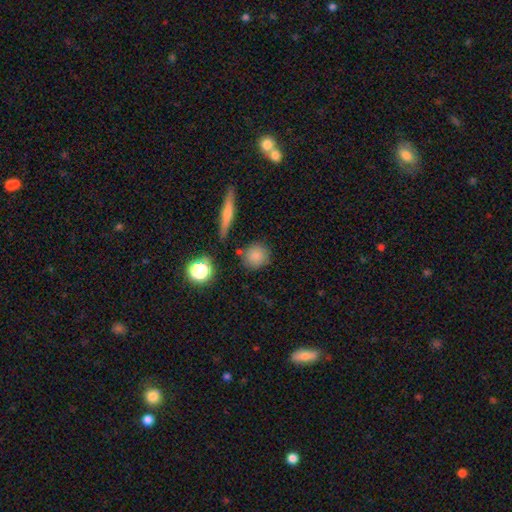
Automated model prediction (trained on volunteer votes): Overall: smooth (82%). How rounded: round (87%). Merging: none (82%).